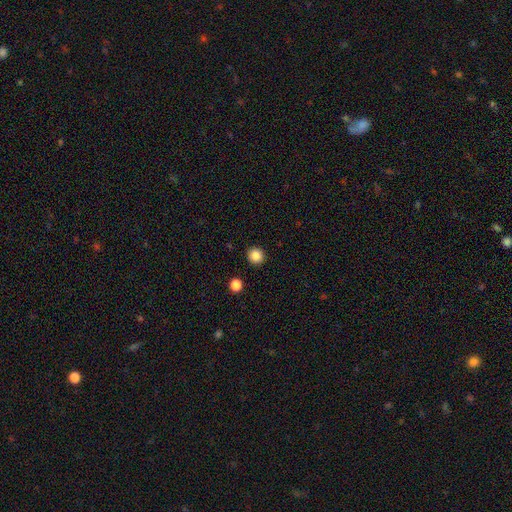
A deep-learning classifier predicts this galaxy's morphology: Smooth or featured: smooth — 85% (star or artifact — 11%)
How rounded: round — 93% (in between — 6%)
Merging: none — 92% (minor disturbance — 5%)